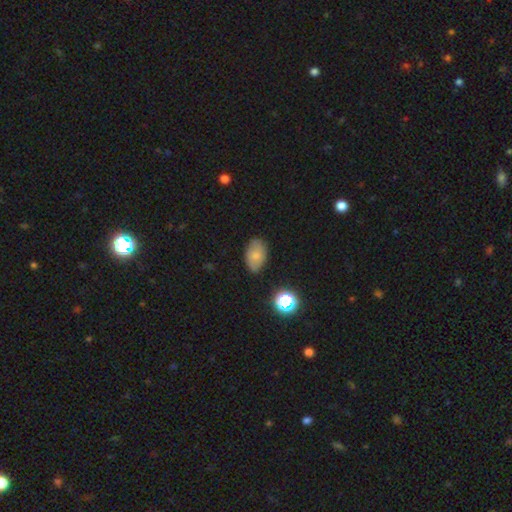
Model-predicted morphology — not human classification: This is likely a smooth galaxy (74%). How rounded: clearly in between (89%). Merging: likely none (77%).